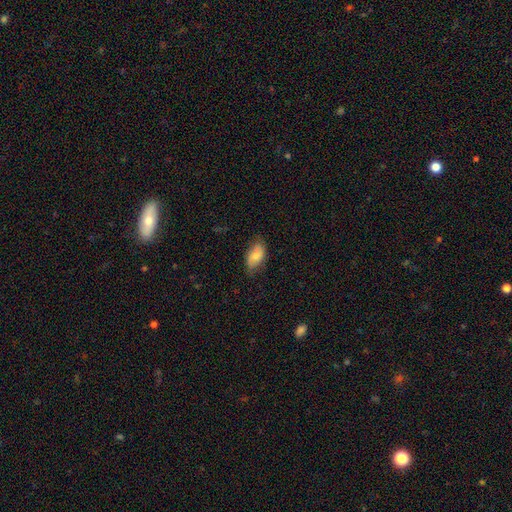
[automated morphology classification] The model was most divided on "merging": none: 72%, minor disturbance: 22%, major disturbance: 5%, merger: 1%. More confident: how rounded — in between (93%); smooth or featured — smooth (73%).